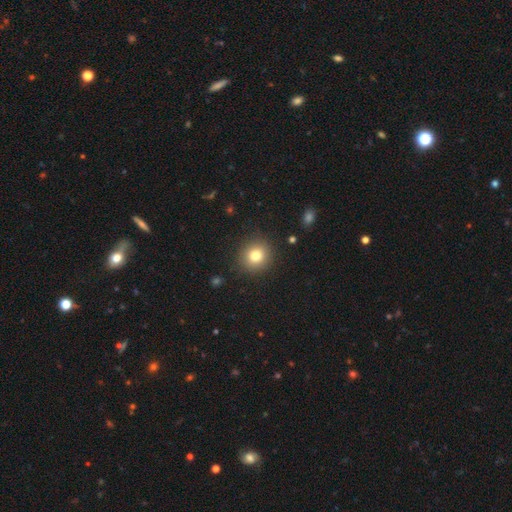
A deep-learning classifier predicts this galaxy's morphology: Smooth or featured? smooth (79%)
How rounded? round (86%)
Merging? none (89%)